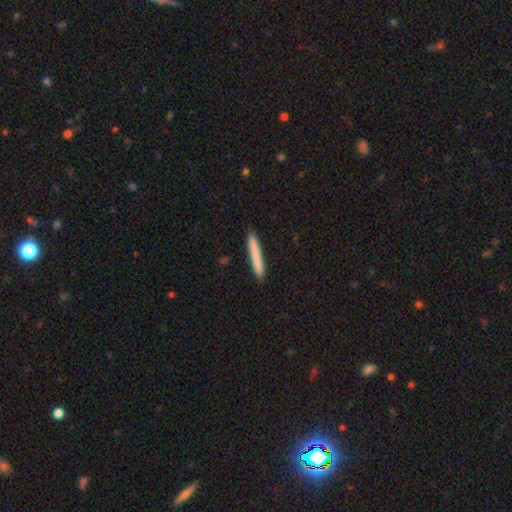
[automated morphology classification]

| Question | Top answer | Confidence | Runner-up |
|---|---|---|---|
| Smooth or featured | smooth | 79% | featured or disk (16%) |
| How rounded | cigar-shaped | 96% | in between (3%) |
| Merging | none | 91% | minor disturbance (6%) |